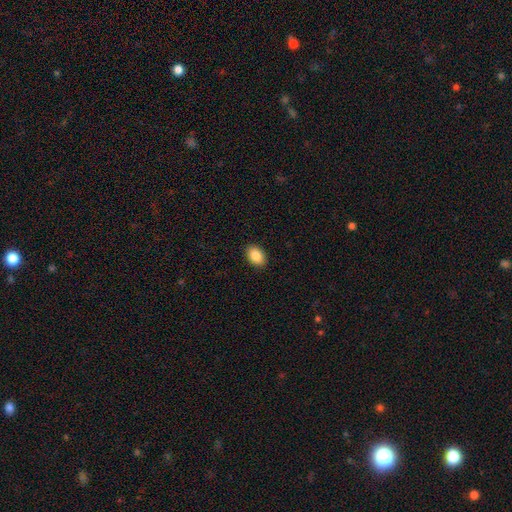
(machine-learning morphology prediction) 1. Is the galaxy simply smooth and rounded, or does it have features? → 88% smooth, 7% star or artifact, 5% featured or disk.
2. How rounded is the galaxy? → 87% in between, 12% round, 1% cigar-shaped.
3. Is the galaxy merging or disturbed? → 90% none, 7% minor disturbance, 2% major disturbance, 1% merger.